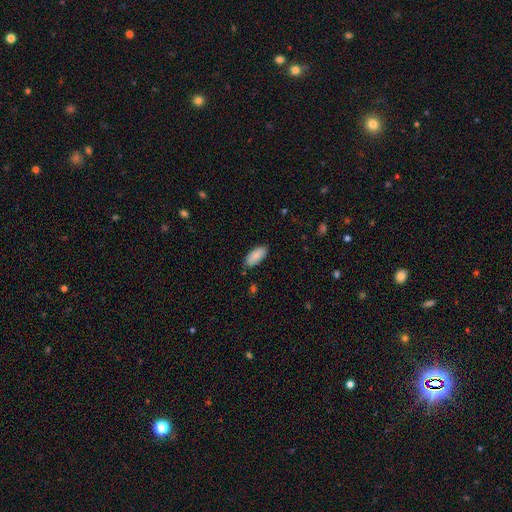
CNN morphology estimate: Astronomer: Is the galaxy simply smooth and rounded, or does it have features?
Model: smooth — 89%.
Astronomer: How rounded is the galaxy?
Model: in between — 87%.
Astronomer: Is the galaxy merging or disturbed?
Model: none — 86%.